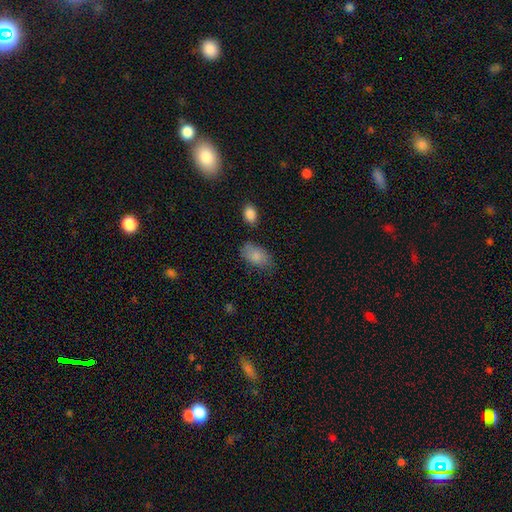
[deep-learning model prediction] smooth_or_featured: smooth (p=0.85) [alt: featured or disk p=0.08]
how_rounded: in between (p=0.93) [alt: round p=0.05]
merging: none (p=0.67) [alt: minor disturbance p=0.22]